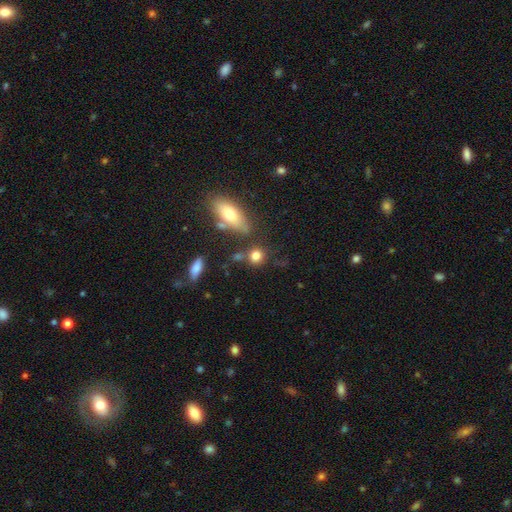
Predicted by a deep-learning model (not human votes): Smooth or featured? smooth (81%)
How rounded? round (78%)
Merging? none (67%)